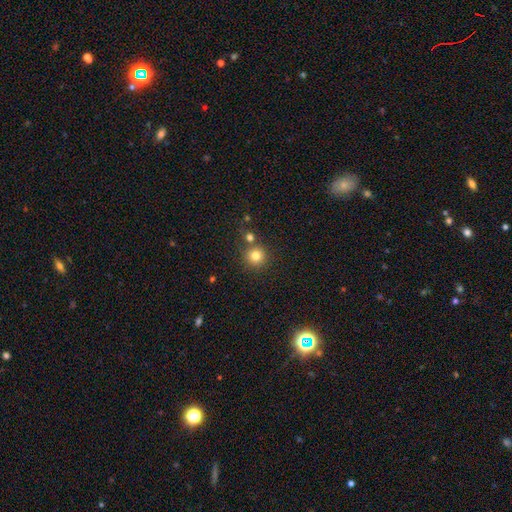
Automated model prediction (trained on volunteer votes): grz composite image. It shows a smooth galaxy with no disk features (80%) that is round (94%). Merging: none (77%).